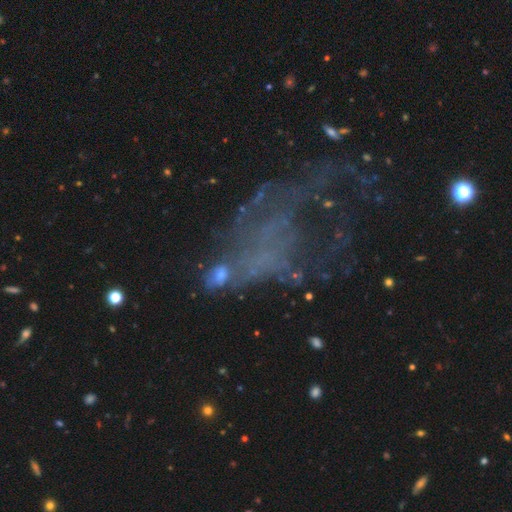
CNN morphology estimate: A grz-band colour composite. It shows a featured or disk galaxy (50%). Merging: major disturbance (49%).